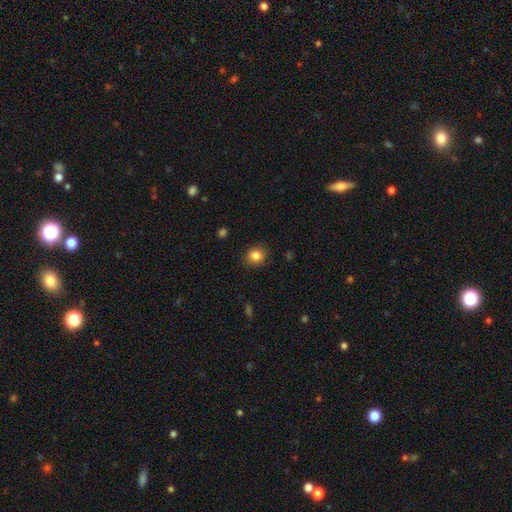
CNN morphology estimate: smooth-or-featured: smooth: 84% | star or artifact: 10% | featured or disk: 5%
  how-rounded: round: 76% | in between: 23% | cigar-shaped: 1%
  merging: none: 87% | minor disturbance: 9% | major disturbance: 2% | merger: 1%